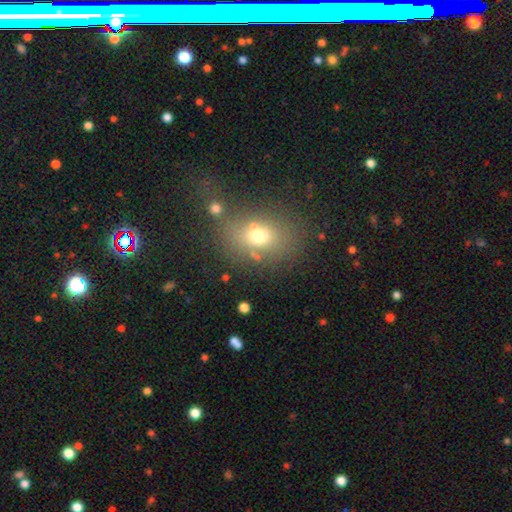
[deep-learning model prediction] This is likely a smooth galaxy (64%). How rounded: likely in between (63%). Merging: possibly none (53%).